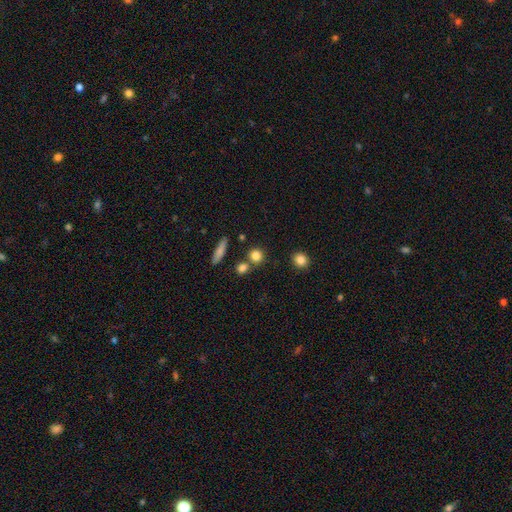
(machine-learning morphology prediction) Q: Smooth or featured?
A: smooth (82%); runner-up: star or artifact (11%)
Q: How rounded?
A: round (87%); runner-up: in between (11%)
Q: Merging?
A: none (72%); runner-up: merger (16%)